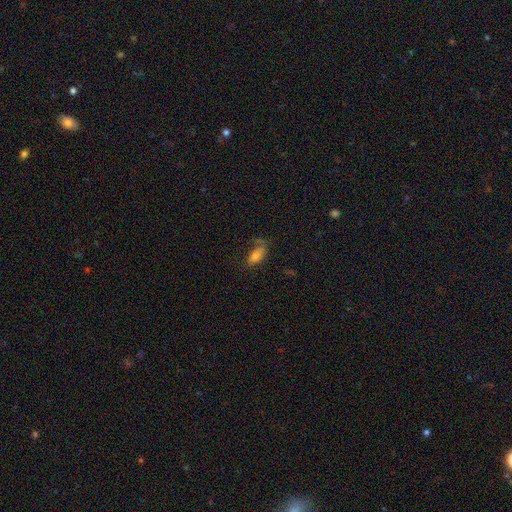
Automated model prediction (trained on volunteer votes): Smooth or featured? Predicted: smooth (p=0.72). How rounded? Predicted: in between (p=0.86). Merging? Predicted: none (p=0.51).